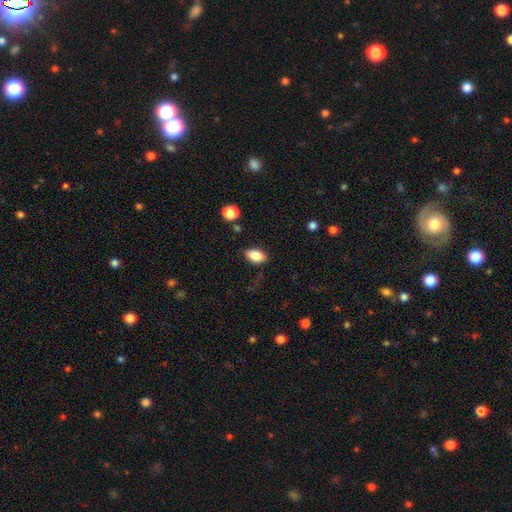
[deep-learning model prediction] A smooth galaxy with no disk features (86%) that is in between round and cigar-shaped (91%).

Vote fractions:
- Smooth or featured? smooth: 86% / star or artifact: 8% / featured or disk: 6%
- How rounded? in between: 91% / round: 7% / cigar-shaped: 2%
- Merging? none: 83% / minor disturbance: 12% / major disturbance: 3% / merger: 2%